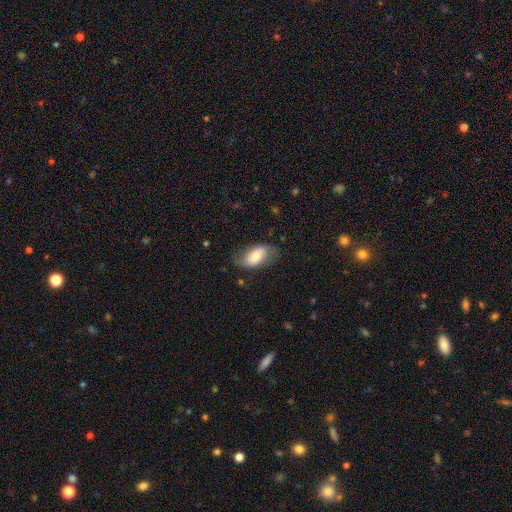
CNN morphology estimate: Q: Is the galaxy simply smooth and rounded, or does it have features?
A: smooth — 56%.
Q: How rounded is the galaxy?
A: in between — 92%.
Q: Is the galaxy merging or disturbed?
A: none — 66%.